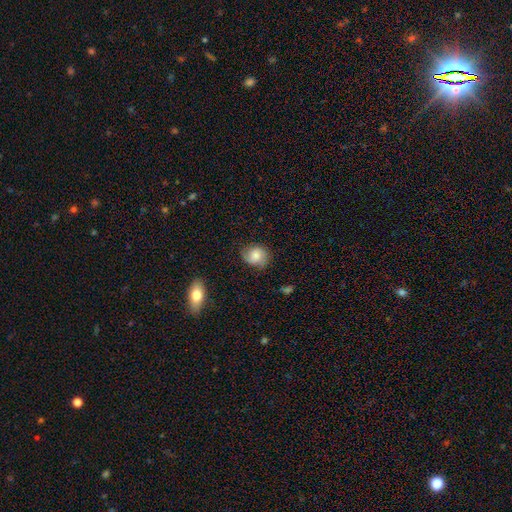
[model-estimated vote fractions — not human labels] Morphology: type=smooth (59%); roundness=round (67%); merging=none (67%).